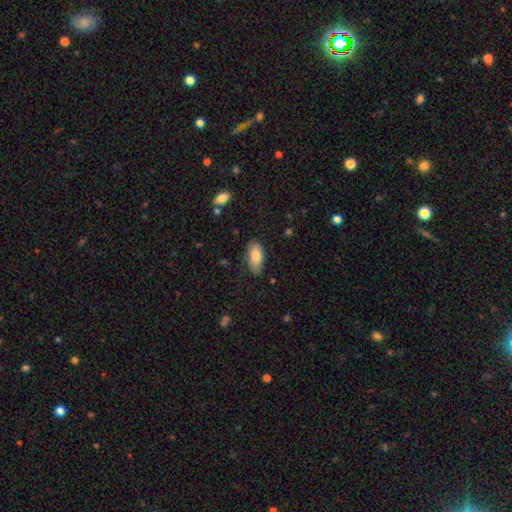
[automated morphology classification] This is clearly a smooth galaxy (84%). How rounded: clearly in between (89%). Merging: likely none (74%).